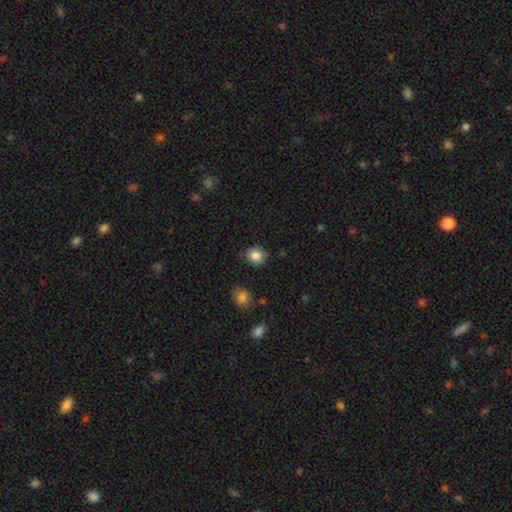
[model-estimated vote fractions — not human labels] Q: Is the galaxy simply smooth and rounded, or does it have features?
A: smooth — 84%.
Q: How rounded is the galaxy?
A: round — 71%.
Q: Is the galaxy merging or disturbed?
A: none — 81%.